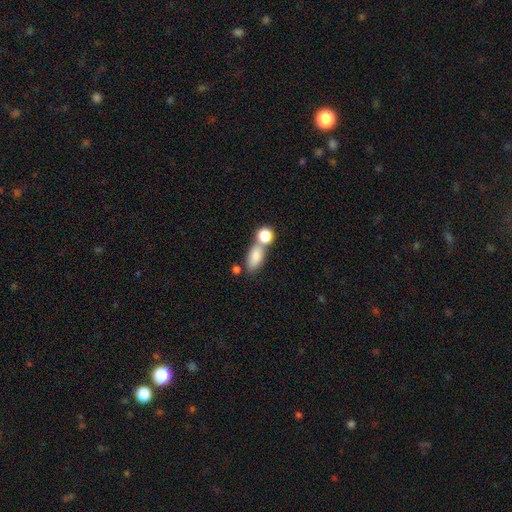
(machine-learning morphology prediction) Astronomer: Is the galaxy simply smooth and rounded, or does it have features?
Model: smooth — 82%.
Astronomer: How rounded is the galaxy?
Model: in between — 80%.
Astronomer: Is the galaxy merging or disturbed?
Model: none — 44% (runner-up: merger, 40%).